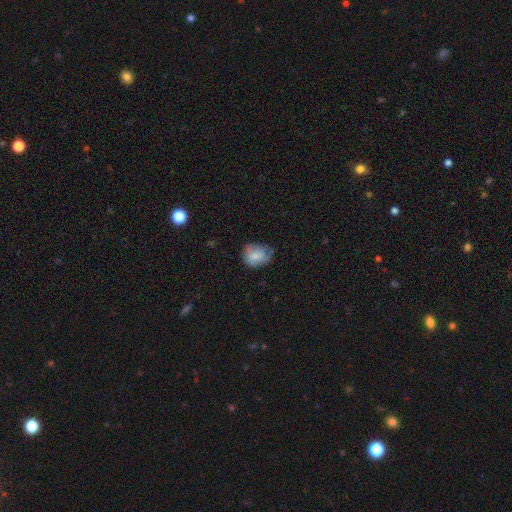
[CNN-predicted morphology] Q: Smooth or featured?
A: smooth (76%); runner-up: featured or disk (16%)
Q: How rounded?
A: round (54%); runner-up: in between (45%)
Q: Merging?
A: none (53%); runner-up: minor disturbance (34%)